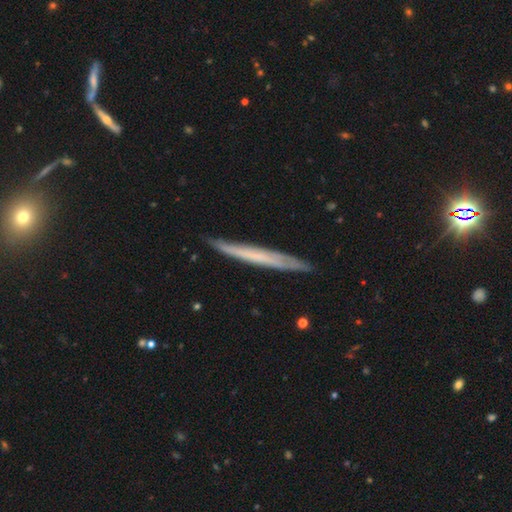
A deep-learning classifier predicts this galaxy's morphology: This appears to be a featured or disk galaxy (52%) viewed edge-on (91%). Merging: none (87%).